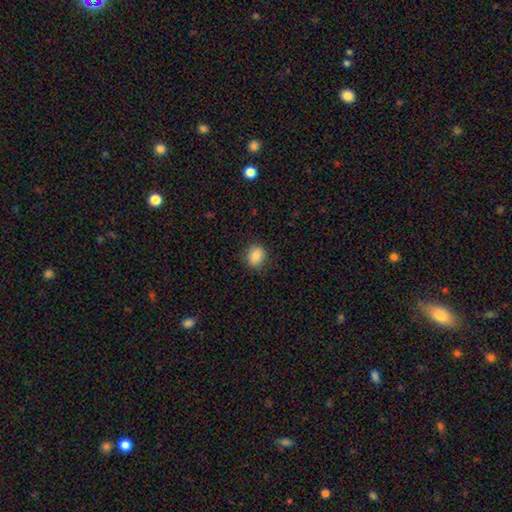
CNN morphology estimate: smooth-or-featured: smooth: 85% | star or artifact: 9% | featured or disk: 6%
  how-rounded: round: 62% | in between: 37% | cigar-shaped: 1%
  merging: none: 85% | minor disturbance: 11% | major disturbance: 3% | merger: 1%